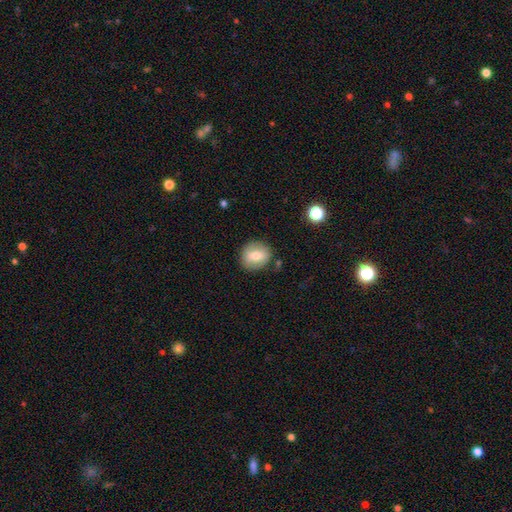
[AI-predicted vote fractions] Overall: smooth (69%). How rounded: round (77%). Merging: none (83%).